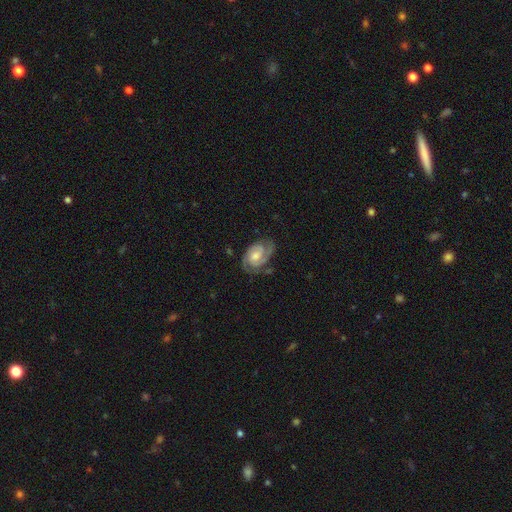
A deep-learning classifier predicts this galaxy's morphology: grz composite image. It shows a featured or disk galaxy (86%) with no bar (55%), 2 (76%) tight (59%) spiral arms (97%) and a moderate central bulge (56%). Merging: none (73%).